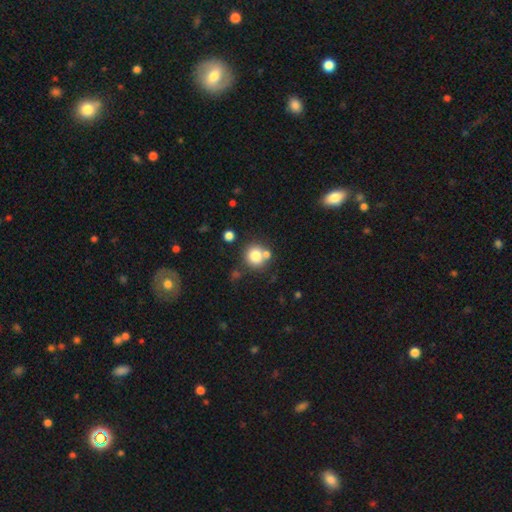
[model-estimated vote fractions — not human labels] Q: Smooth or featured?
A: smooth (78%); runner-up: star or artifact (12%)
Q: How rounded?
A: round (89%); runner-up: in between (10%)
Q: Merging?
A: none (65%); runner-up: merger (22%)